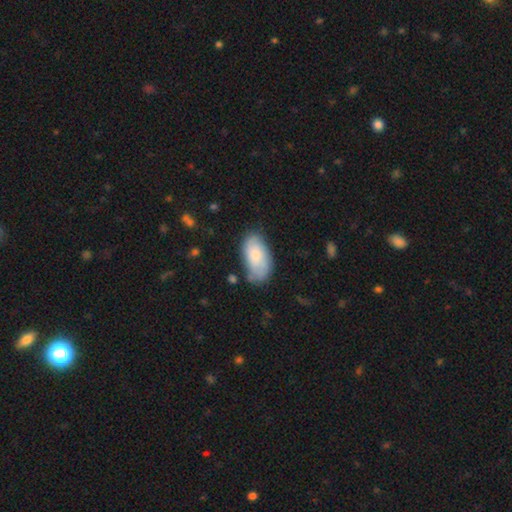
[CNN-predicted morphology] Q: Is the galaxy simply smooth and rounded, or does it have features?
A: smooth — 62%.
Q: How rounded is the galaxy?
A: in between — 94%.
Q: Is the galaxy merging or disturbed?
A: none — 66%.